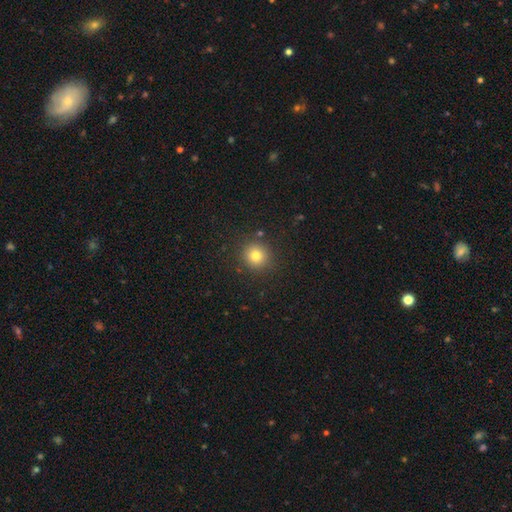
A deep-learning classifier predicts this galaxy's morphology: This is likely a smooth galaxy (78%). How rounded: clearly round (92%). Merging: clearly none (88%).